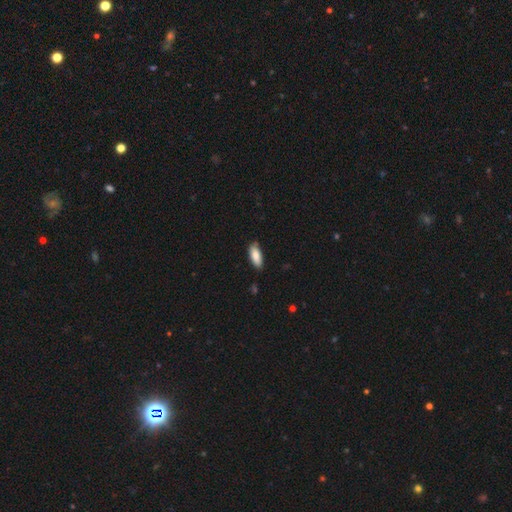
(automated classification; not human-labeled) The model was most divided on "how rounded": in between: 79%, cigar-shaped: 20%, round: 2%. More confident: smooth or featured — smooth (85%); merging — none (80%).